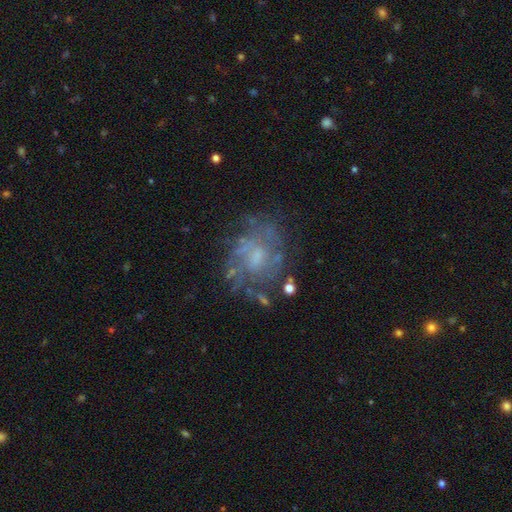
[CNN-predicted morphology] featured or disk 70%, smooth 17%, star or artifact 12%. Down the decision tree: edge-on disk — no (97%); bar — no (67%); spiral arms — yes (62%); bulge size — small (37%); merging — none (62%).